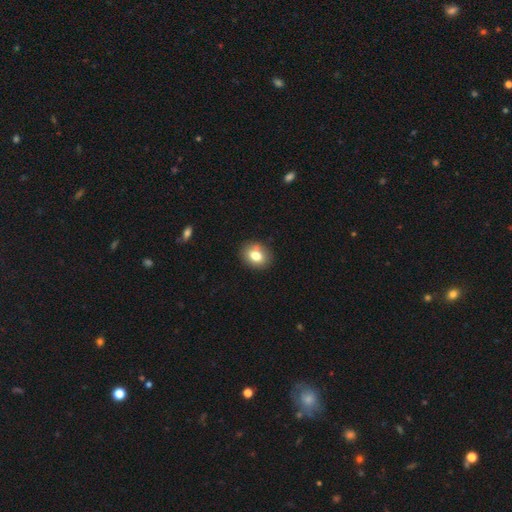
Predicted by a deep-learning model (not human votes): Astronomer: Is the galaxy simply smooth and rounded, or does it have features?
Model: smooth — 78%.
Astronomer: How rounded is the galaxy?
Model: in between — 53% (runner-up: round, 46%).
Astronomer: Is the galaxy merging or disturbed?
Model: none — 86%.